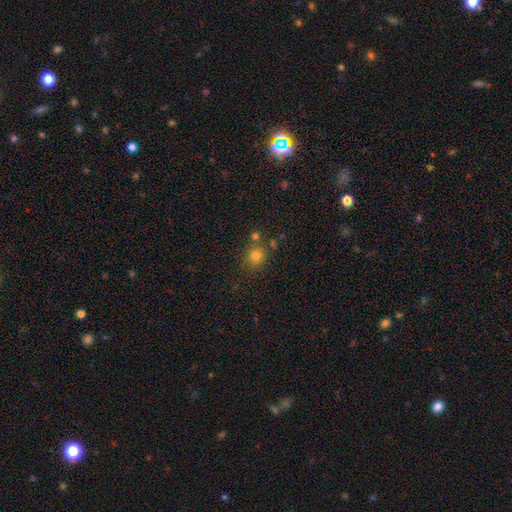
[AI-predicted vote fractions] A smooth galaxy with no disk features (77%) that is round (83%).

Vote fractions:
- Smooth or featured? smooth: 77% / star or artifact: 15% / featured or disk: 8%
- How rounded? round: 83% / in between: 16% / cigar-shaped: 1%
- Merging? none: 71% / merger: 14% / minor disturbance: 11% / major disturbance: 4%